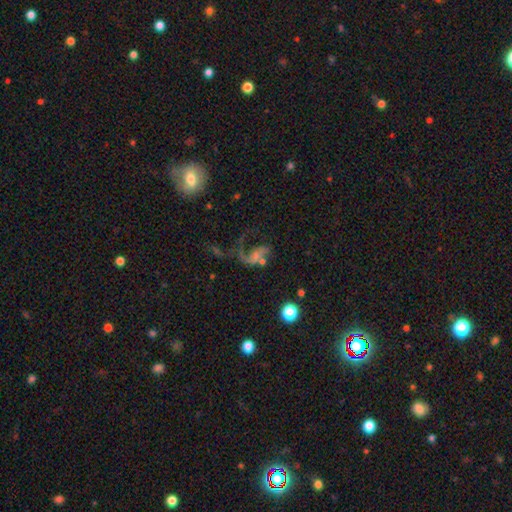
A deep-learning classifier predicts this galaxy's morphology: This is possibly a featured or disk galaxy (60%). It is clearly not viewed edge-on (95%). Bar: likely no (62%). Spiral arm pattern: likely yes (73%). Central bulge: marginally small (45%). Merging: marginally major disturbance (43%).